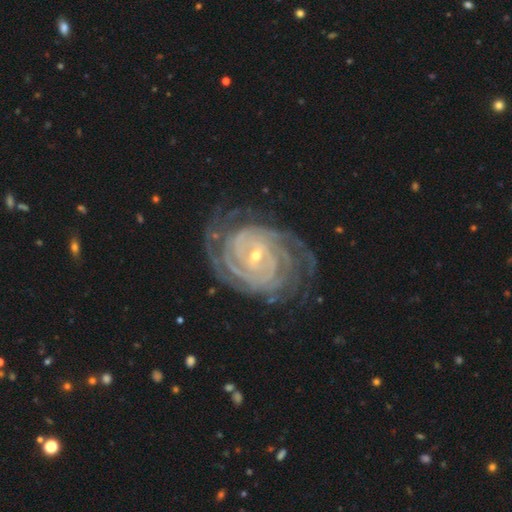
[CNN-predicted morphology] Smooth or featured?
  - featured or disk: 92% *
  - star or artifact: 4%
  - smooth: 3%
Edge-on disk?
  - no: 97% *
  - yes: 3%
Bar?
  - weak: 39% *
  - no: 37%
  - strong: 23%
Spiral arms?
  - yes: 98% *
  - no: 2%
Spiral winding?
  - tight: 84% *
  - medium: 14%
  - loose: 2%
Spiral arm count?
  - 4: 23% *
  - can't tell: 21%
  - 3: 17%
  - more than 4: 16%
  - 2: 16%
  - 1: 8%
Bulge size?
  - small: 68% *
  - moderate: 29%
  - large: 1%
  - none: 1%
  - dominant: 1%
Merging?
  - none: 74% *
  - minor disturbance: 17%
  - major disturbance: 7%
  - merger: 1%